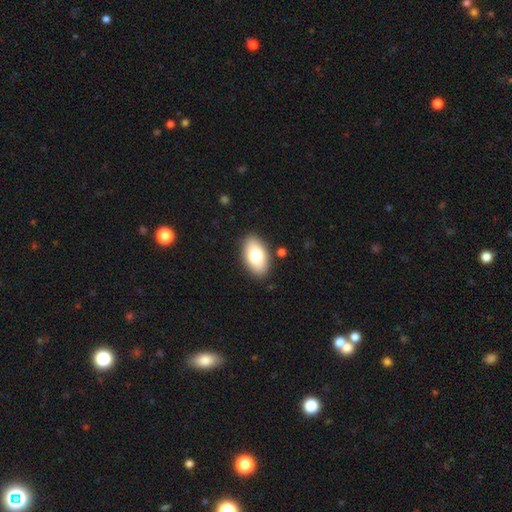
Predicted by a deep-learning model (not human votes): Smooth or featured? smooth (75%)
How rounded? in between (94%)
Merging? none (87%)